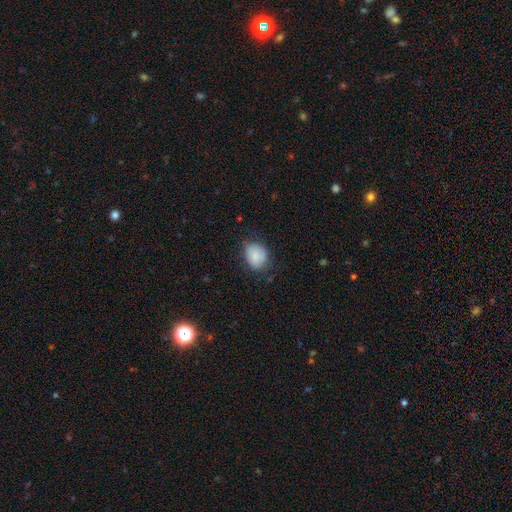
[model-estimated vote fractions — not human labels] Smooth or featured? Predicted: smooth (p=0.85). How rounded? Predicted: round (p=0.52). Merging? Predicted: none (p=0.65).